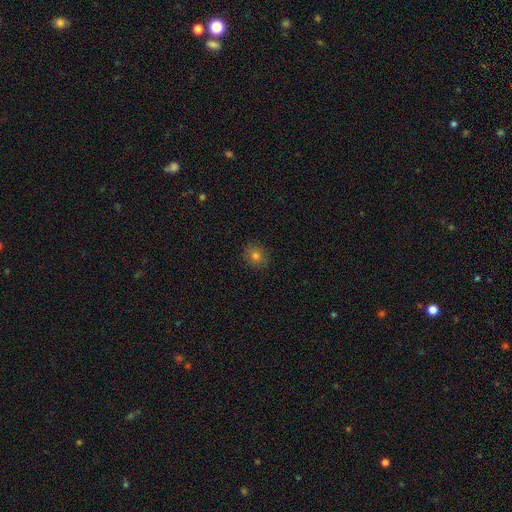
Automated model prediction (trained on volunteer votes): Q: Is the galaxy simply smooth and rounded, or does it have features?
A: smooth — 78%.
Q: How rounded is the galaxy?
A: round — 74%.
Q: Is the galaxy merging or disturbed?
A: none — 89%.